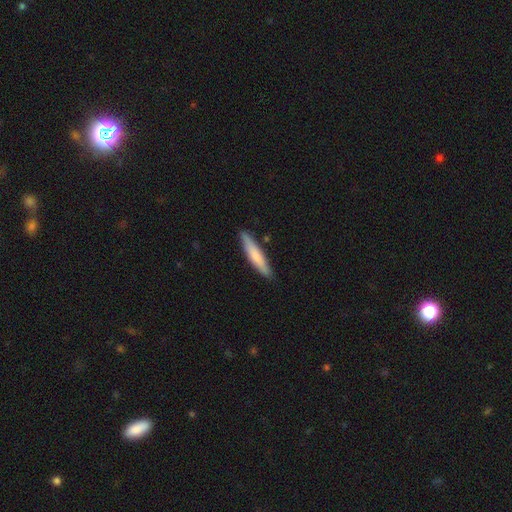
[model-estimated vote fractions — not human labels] Smooth or featured?
  - smooth: 71% *
  - featured or disk: 25%
  - star or artifact: 5%
How rounded?
  - cigar-shaped: 89% *
  - in between: 10%
  - round: 1%
Merging?
  - none: 87% *
  - minor disturbance: 10%
  - major disturbance: 2%
  - merger: 2%